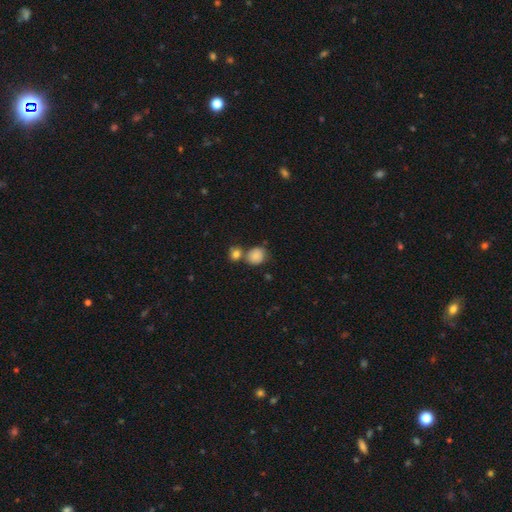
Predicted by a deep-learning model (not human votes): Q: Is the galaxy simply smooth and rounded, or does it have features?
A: smooth — 85%.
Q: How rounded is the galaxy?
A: round — 76%.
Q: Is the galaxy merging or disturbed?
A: none — 58%.